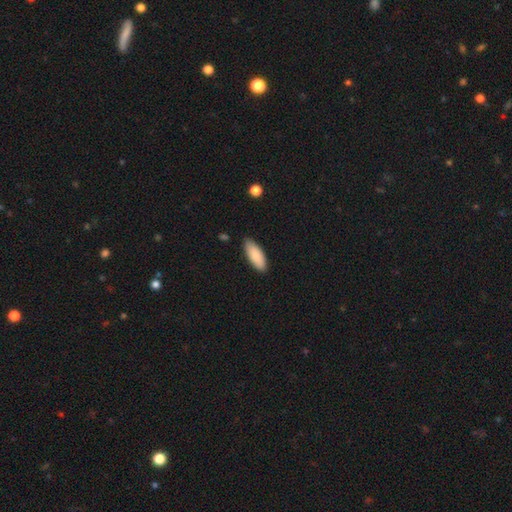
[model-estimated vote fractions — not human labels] A smooth galaxy with no disk features (87%) that is in between round and cigar-shaped (77%). Merging: none (85%).